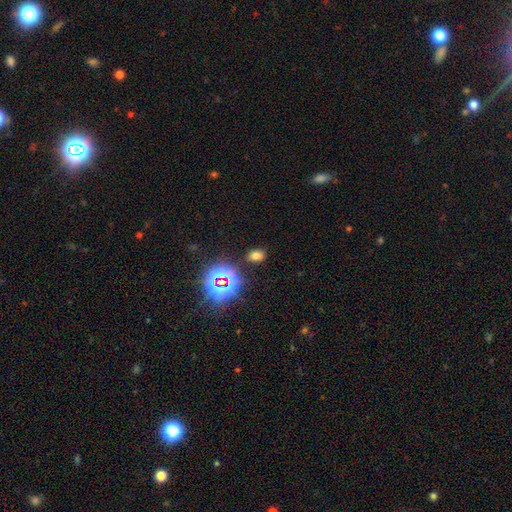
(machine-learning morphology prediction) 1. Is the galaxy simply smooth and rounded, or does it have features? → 63% smooth, 30% star or artifact, 7% featured or disk.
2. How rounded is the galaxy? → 76% in between, 23% round, 1% cigar-shaped.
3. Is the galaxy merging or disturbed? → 83% none, 10% minor disturbance, 4% merger, 3% major disturbance.